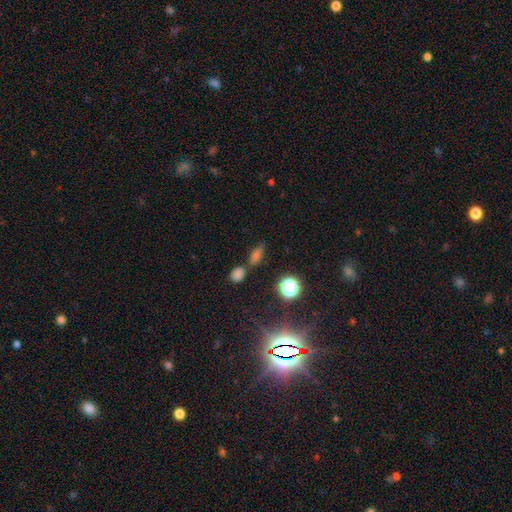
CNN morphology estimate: Overall: smooth (46%; star or artifact 41%). Merging: none (65%).